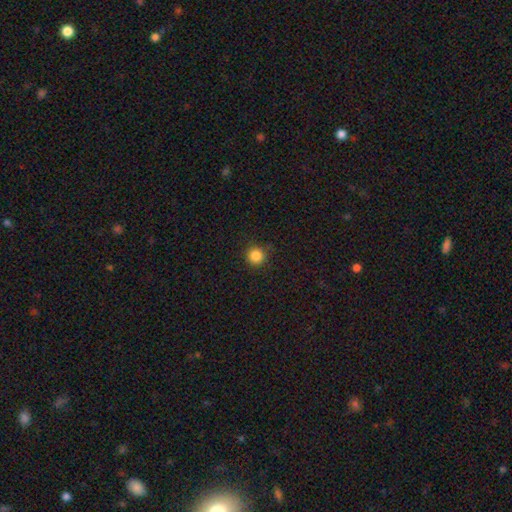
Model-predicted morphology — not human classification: smooth-or-featured: smooth: 85% | star or artifact: 12% | featured or disk: 3%
  how-rounded: round: 95% | in between: 4% | cigar-shaped: 1%
  merging: none: 89% | minor disturbance: 7% | major disturbance: 2% | merger: 1%